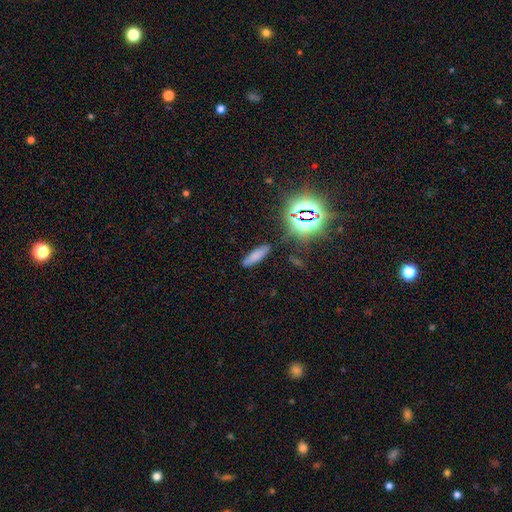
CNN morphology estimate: A smooth galaxy with no disk features (70%) that is cigar-shaped (64%). Merging: none (85%).